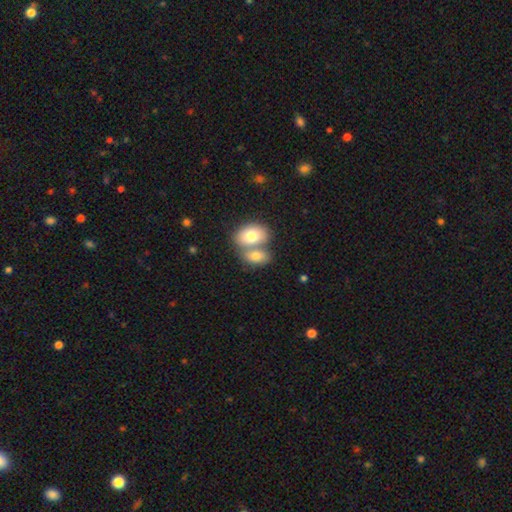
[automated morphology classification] smooth-or-featured: smooth: 76% | featured or disk: 17% | star or artifact: 7%
  how-rounded: in between: 84% | round: 14% | cigar-shaped: 2%
  merging: merger: 60% | none: 30% | minor disturbance: 7% | major disturbance: 3%